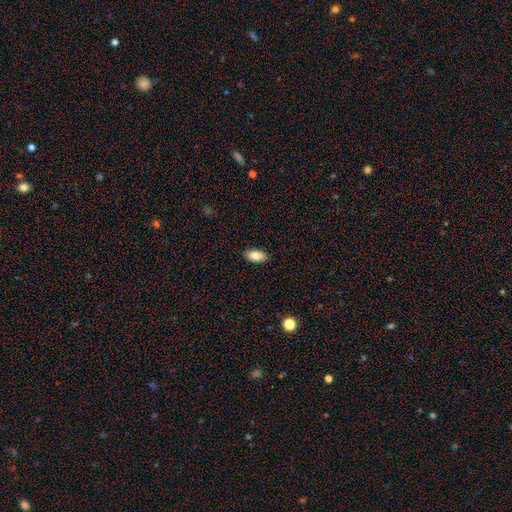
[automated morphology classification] type=smooth (86%); roundness=in between (93%); merging=none (89%).